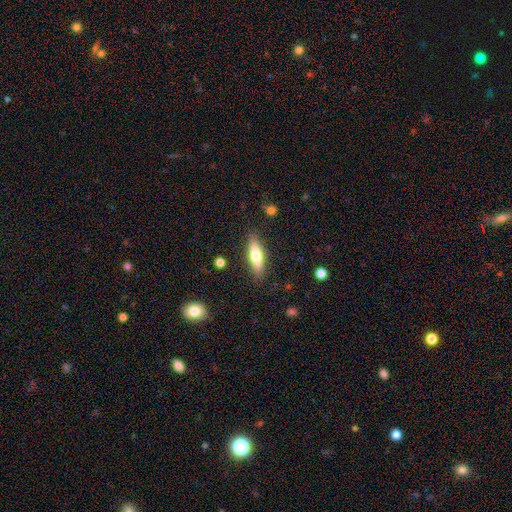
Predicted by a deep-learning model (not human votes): Overall: smooth (58%; featured or disk 36%). How rounded: cigar-shaped (61%; in between 37%). Merging: none (86%).